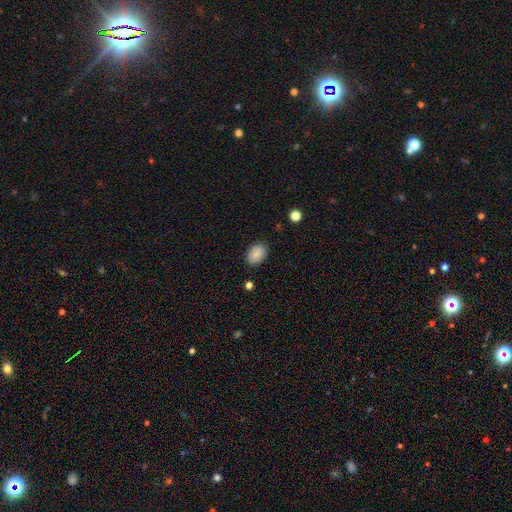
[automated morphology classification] smooth-or-featured: smooth: 89% | star or artifact: 7% | featured or disk: 4%
  how-rounded: in between: 85% | round: 14% | cigar-shaped: 1%
  merging: none: 86% | minor disturbance: 10% | major disturbance: 3% | merger: 1%